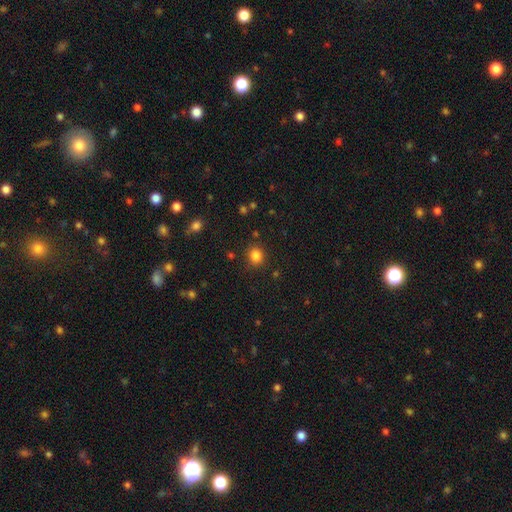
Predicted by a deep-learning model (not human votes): This appears to be a smooth galaxy with no disk features (83%) that is round (72%). Merging: none (86%).